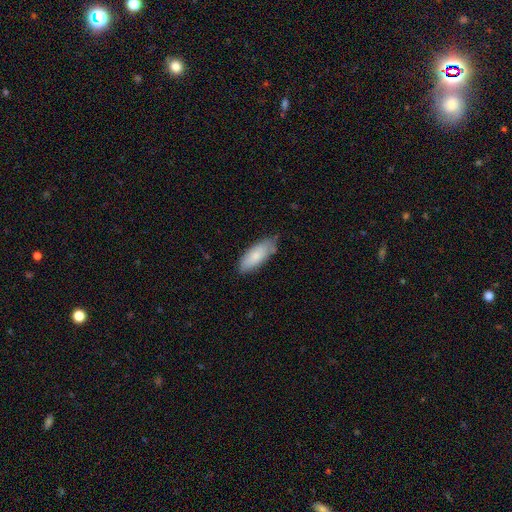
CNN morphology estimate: A smooth galaxy with no disk features (81%) that is in between round and cigar-shaped (79%).

Vote fractions:
- Smooth or featured? smooth: 81% / featured or disk: 14% / star or artifact: 6%
- How rounded? in between: 79% / cigar-shaped: 19% / round: 2%
- Merging? none: 72% / minor disturbance: 22% / major disturbance: 3% / merger: 2%